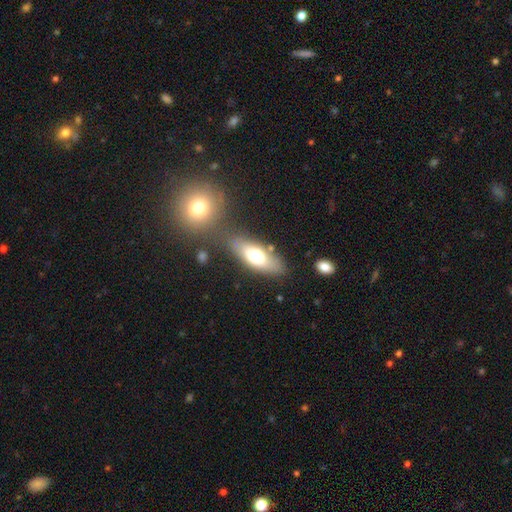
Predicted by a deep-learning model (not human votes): smooth 66%, featured or disk 26%, star or artifact 8%. Down the decision tree: how rounded — in between (71%); merging — none (71%).